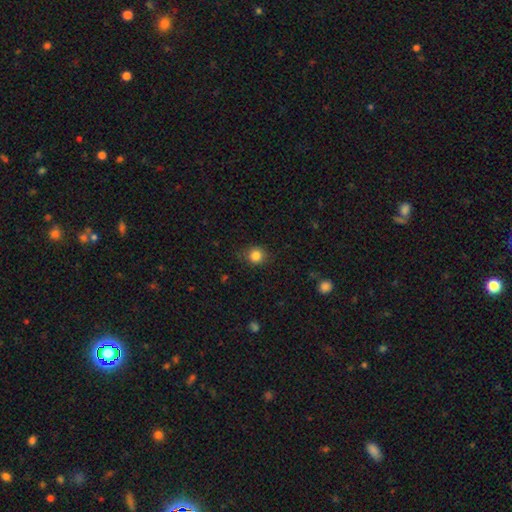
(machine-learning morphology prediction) A smooth galaxy with no disk features (84%) that is round (86%). Merging: none (83%).